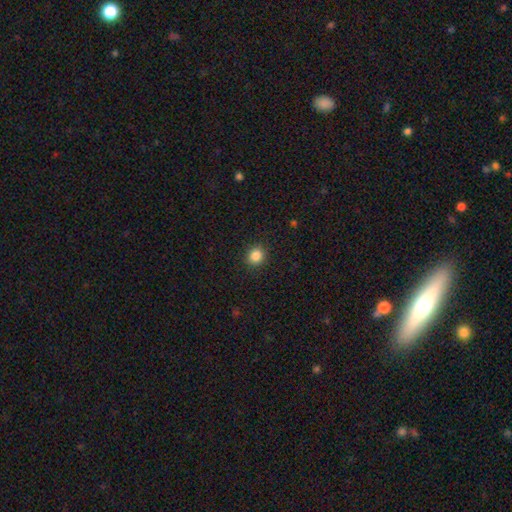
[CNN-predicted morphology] The model was most divided on "how rounded": round: 80%, in between: 19%, cigar-shaped: 1%. More confident: merging — none (91%); smooth or featured — smooth (86%).